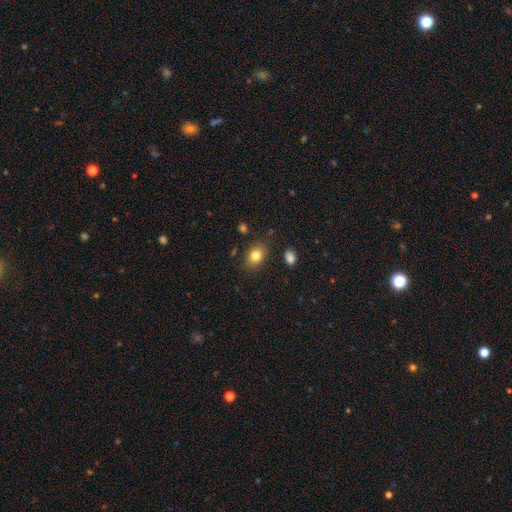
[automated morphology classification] Smooth or featured: smooth — 82% (star or artifact — 10%)
How rounded: in between — 68% (round — 31%)
Merging: none — 83% (minor disturbance — 12%)